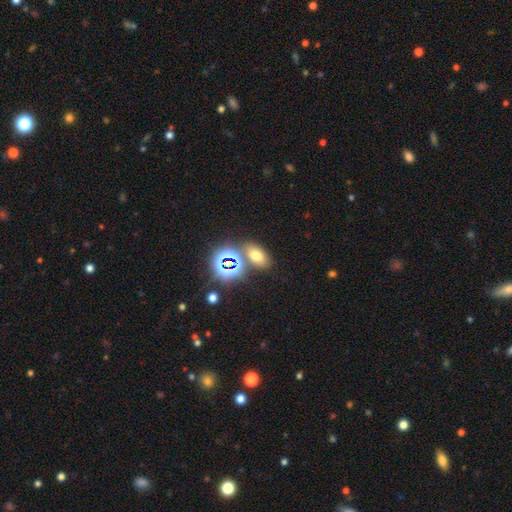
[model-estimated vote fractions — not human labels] smooth_or_featured: smooth (p=0.61) [alt: star or artifact p=0.29]
how_rounded: in between (p=0.79) [alt: round p=0.19]
merging: none (p=0.70) [alt: merger p=0.16]